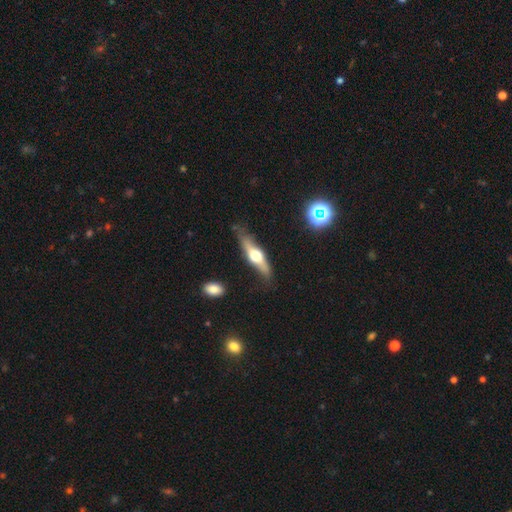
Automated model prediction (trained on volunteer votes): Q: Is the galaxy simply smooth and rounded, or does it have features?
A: featured or disk — 62%.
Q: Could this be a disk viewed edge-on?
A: yes — 87%.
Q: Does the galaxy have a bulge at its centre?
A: rounded — 94%.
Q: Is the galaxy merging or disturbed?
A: none — 73%.